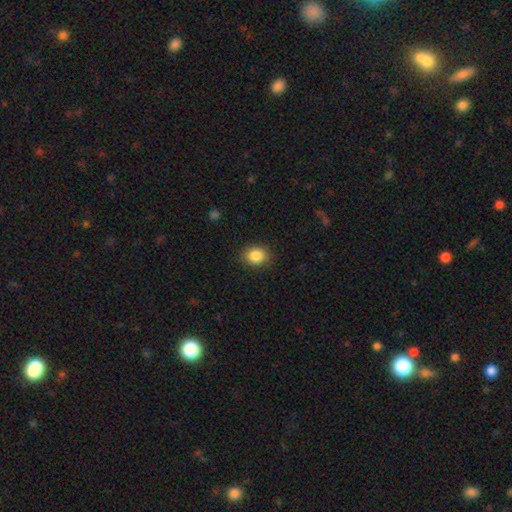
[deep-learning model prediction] Smooth or featured?
  - smooth: 86% *
  - star or artifact: 9%
  - featured or disk: 5%
How rounded?
  - round: 56% *
  - in between: 43%
  - cigar-shaped: 1%
Merging?
  - none: 87% *
  - minor disturbance: 10%
  - major disturbance: 3%
  - merger: 1%